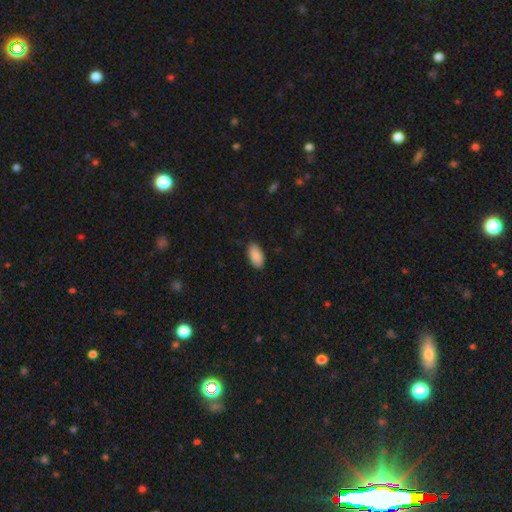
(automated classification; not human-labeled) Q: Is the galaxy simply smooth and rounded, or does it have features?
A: smooth — 90%.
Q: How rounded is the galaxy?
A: in between — 94%.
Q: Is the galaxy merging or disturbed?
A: none — 86%.